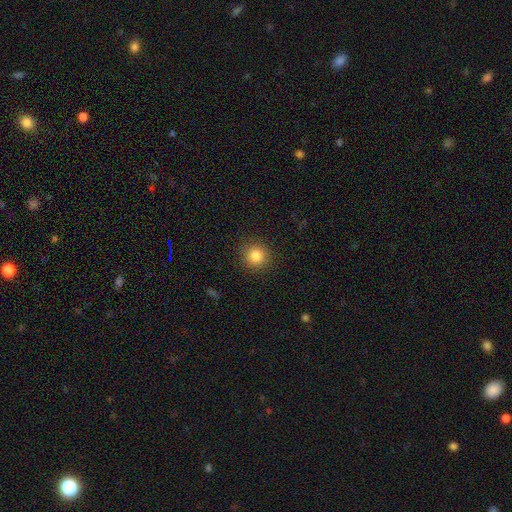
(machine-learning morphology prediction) This appears to be a smooth galaxy with no disk features (84%) that is round (92%). Merging: none (90%).